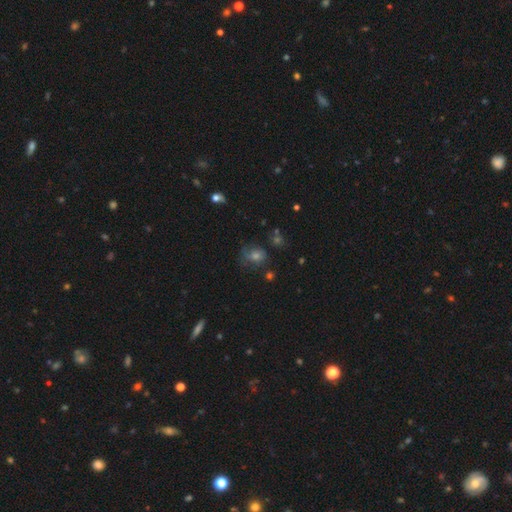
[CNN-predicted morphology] This is possibly a smooth galaxy (49%). Merging: possibly none (60%).